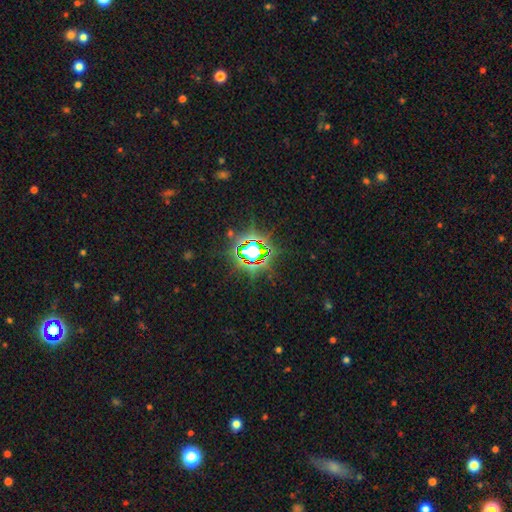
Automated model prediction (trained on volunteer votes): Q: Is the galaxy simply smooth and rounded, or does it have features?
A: star or artifact — 80%.